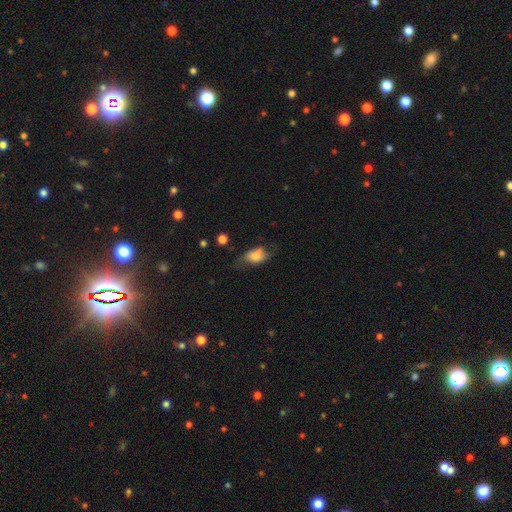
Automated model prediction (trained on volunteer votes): A smooth galaxy with no disk features (66%) that is in between round and cigar-shaped (87%).

Vote fractions:
- Smooth or featured? smooth: 66% / featured or disk: 25% / star or artifact: 9%
- How rounded? in between: 87% / round: 9% / cigar-shaped: 4%
- Merging? none: 42% / minor disturbance: 34% / major disturbance: 21% / merger: 4%